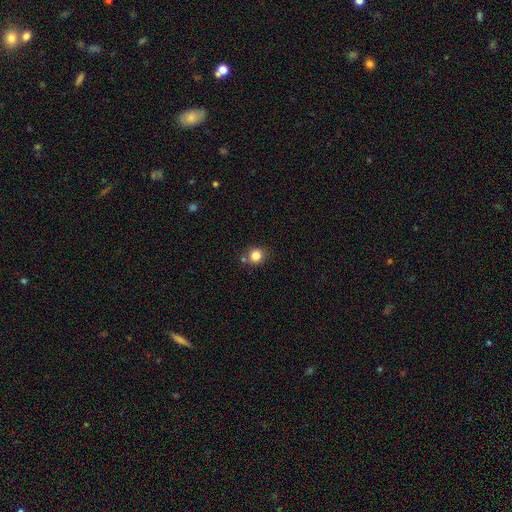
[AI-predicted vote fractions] smooth-or-featured: smooth: 83% | star or artifact: 11% | featured or disk: 6%
  how-rounded: round: 83% | in between: 16% | cigar-shaped: 1%
  merging: none: 72% | minor disturbance: 13% | merger: 11% | major disturbance: 3%